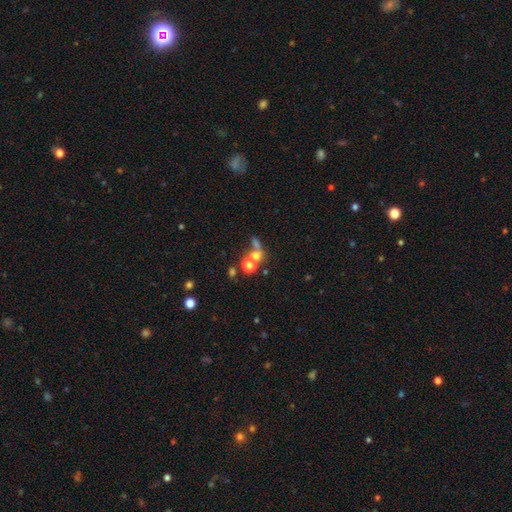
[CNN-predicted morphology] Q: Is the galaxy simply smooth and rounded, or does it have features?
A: smooth — 60%.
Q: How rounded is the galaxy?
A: round — 75%.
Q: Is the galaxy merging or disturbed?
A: merger — 45%.